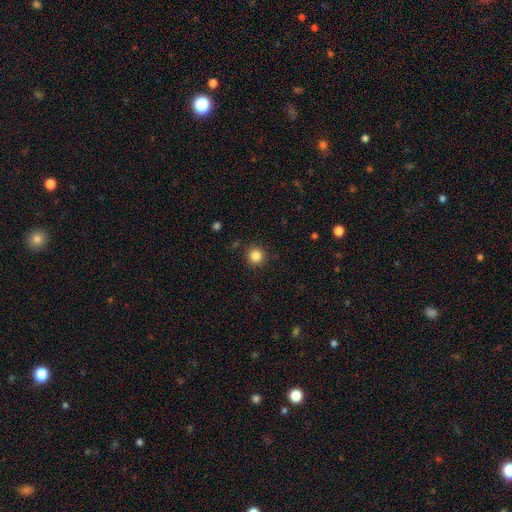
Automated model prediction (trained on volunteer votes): Smooth or featured? Predicted: smooth (p=0.85). How rounded? Predicted: round (p=0.94). Merging? Predicted: none (p=0.90).